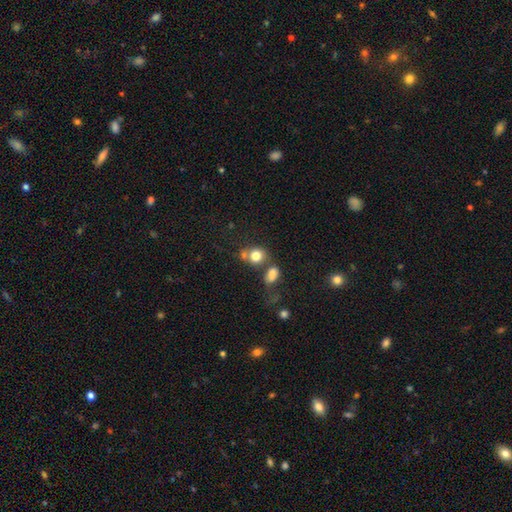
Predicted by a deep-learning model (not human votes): A smooth galaxy with no disk features (78%) that is round (72%).

Vote fractions:
- Smooth or featured? smooth: 78% / star or artifact: 12% / featured or disk: 10%
- How rounded? round: 72% / in between: 27% / cigar-shaped: 1%
- Merging? none: 46% / merger: 34% / minor disturbance: 12% / major disturbance: 7%